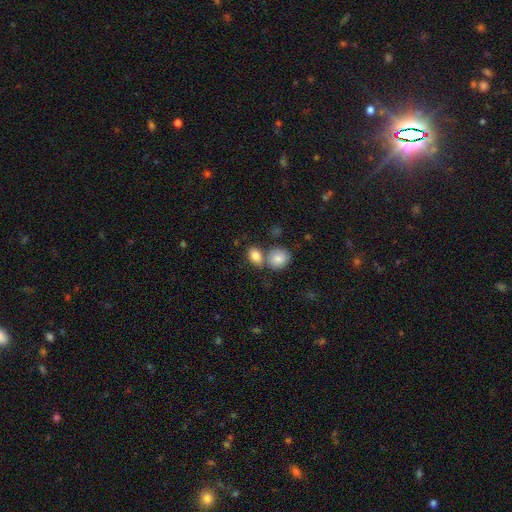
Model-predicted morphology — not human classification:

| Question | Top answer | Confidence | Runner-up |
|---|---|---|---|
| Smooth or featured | smooth | 83% | star or artifact (9%) |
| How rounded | in between | 66% | round (32%) |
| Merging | none | 47% | merger (39%) |